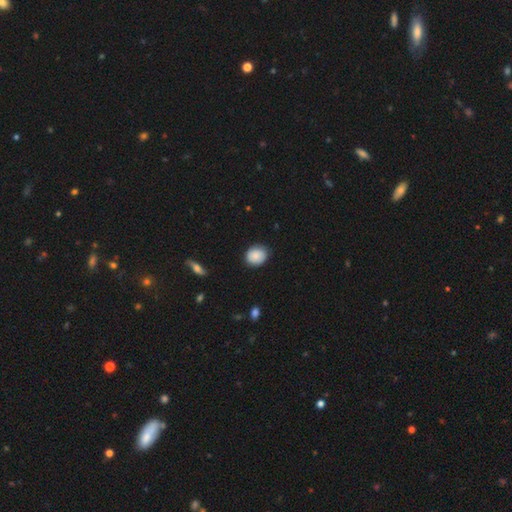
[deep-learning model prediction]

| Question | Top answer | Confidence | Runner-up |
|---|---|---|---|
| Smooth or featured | smooth | 81% | featured or disk (12%) |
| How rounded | round | 65% | in between (34%) |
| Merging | none | 80% | minor disturbance (16%) |